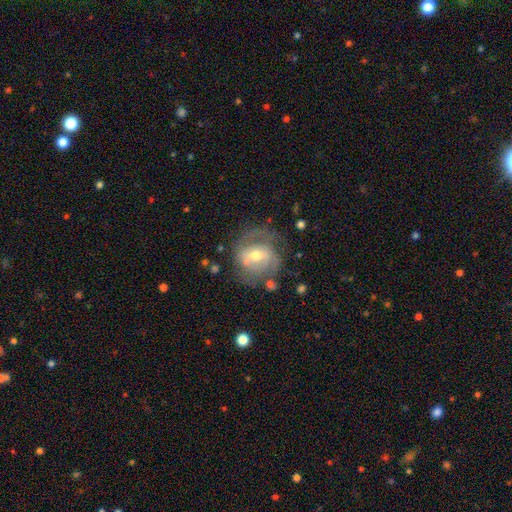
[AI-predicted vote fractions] Smooth or featured? featured or disk (73%)
Edge-on disk? no (97%)
Bar? weak (45%)
Spiral arms? yes (78%)
Spiral winding? tight (42%)
Spiral arm count? 2 (57%)
Bulge size? moderate (68%)
Merging? none (58%)